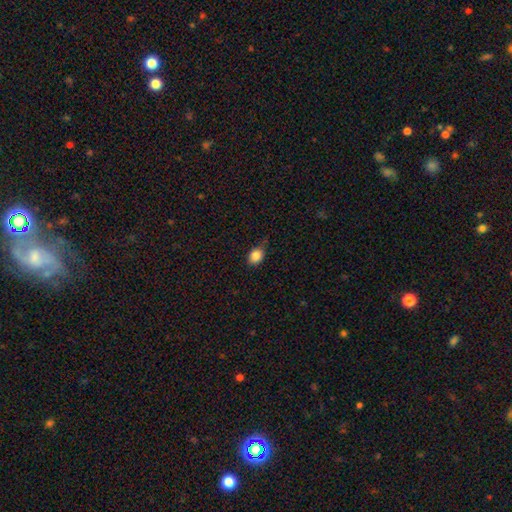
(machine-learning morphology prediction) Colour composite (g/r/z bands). It shows a smooth galaxy with no disk features (86%) that is in between round and cigar-shaped (67%). Merging: none (74%).